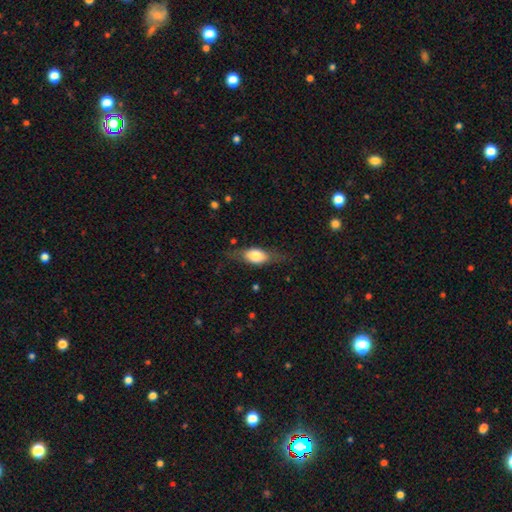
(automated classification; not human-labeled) smooth-or-featured: smooth: 58% | featured or disk: 35% | star or artifact: 7%
  how-rounded: in between: 73% | cigar-shaped: 16% | round: 11%
  merging: none: 68% | minor disturbance: 20% | major disturbance: 10% | merger: 1%